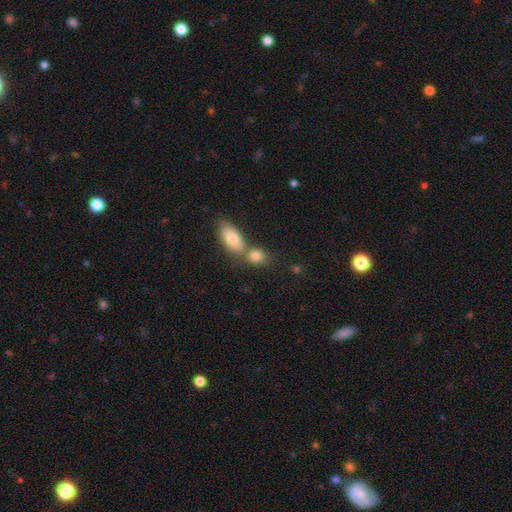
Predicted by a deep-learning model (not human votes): This appears to be a smooth galaxy with no disk features (82%) that is in between round and cigar-shaped (58%). Merging: none (44%, tied with merger).